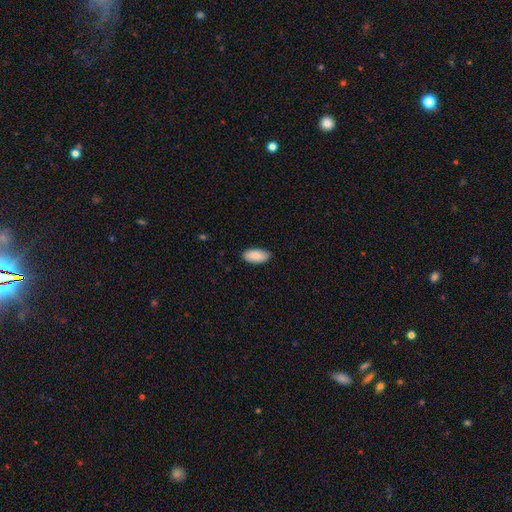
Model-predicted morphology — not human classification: smooth-or-featured: smooth: 87% | featured or disk: 7% | star or artifact: 6%
  how-rounded: in between: 93% | cigar-shaped: 5% | round: 2%
  merging: none: 85% | minor disturbance: 12% | major disturbance: 2% | merger: 1%